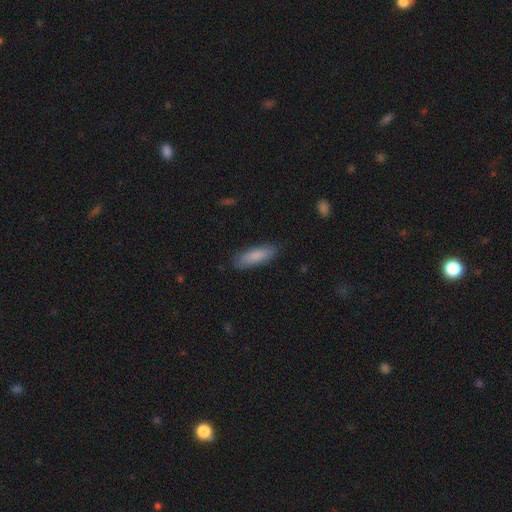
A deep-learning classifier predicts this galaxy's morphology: Q: Smooth or featured?
A: smooth (85%); runner-up: featured or disk (9%)
Q: How rounded?
A: in between (56%); runner-up: cigar-shaped (42%)
Q: Merging?
A: none (85%); runner-up: minor disturbance (12%)